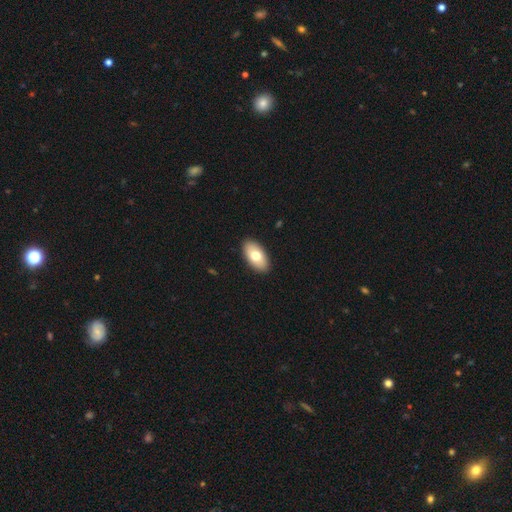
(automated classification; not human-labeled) smooth_or_featured: smooth (p=0.74) [alt: featured or disk p=0.20]
how_rounded: in between (p=0.95) [alt: round p=0.03]
merging: none (p=0.90) [alt: minor disturbance p=0.07]